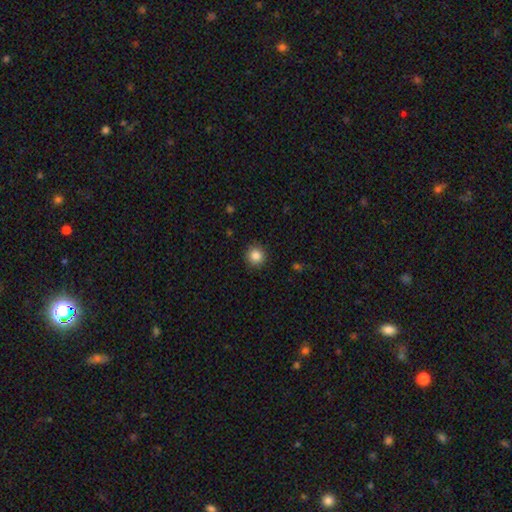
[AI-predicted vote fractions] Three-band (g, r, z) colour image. It shows a smooth galaxy with no disk features (85%) that is round (94%). Merging: none (91%).